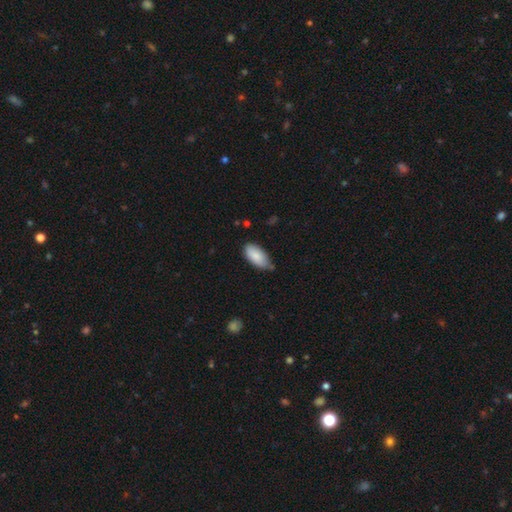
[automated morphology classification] smooth-or-featured: smooth: 86% | featured or disk: 8% | star or artifact: 6%
  how-rounded: in between: 93% | cigar-shaped: 5% | round: 2%
  merging: none: 63% | minor disturbance: 30% | major disturbance: 4% | merger: 4%